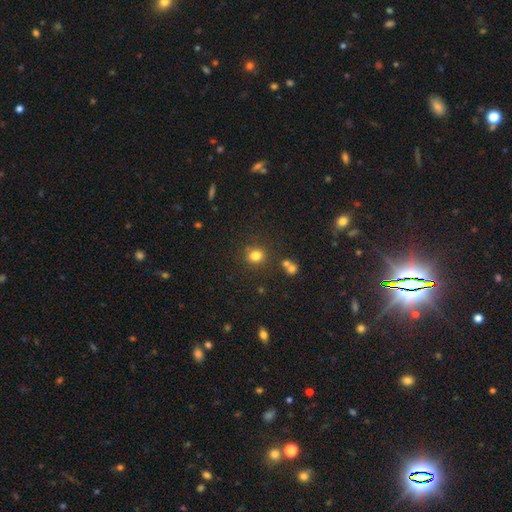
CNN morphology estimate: Smooth or featured?
  - smooth: 80% *
  - star or artifact: 14%
  - featured or disk: 6%
How rounded?
  - round: 82% *
  - in between: 17%
  - cigar-shaped: 1%
Merging?
  - none: 79% *
  - minor disturbance: 10%
  - merger: 8%
  - major disturbance: 4%